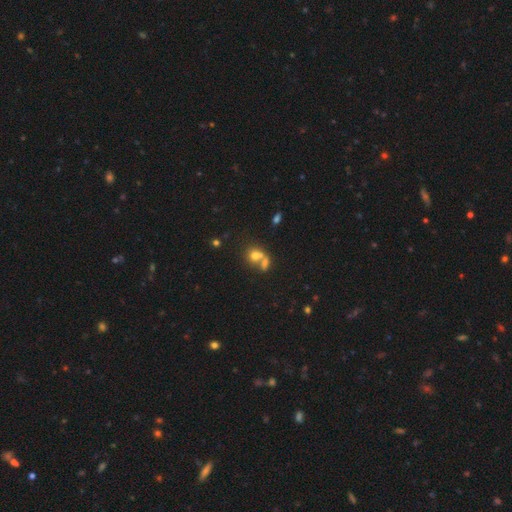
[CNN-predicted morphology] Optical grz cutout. It shows a smooth galaxy with no disk features (68%) that is round (63%). Merging: merger (60%).